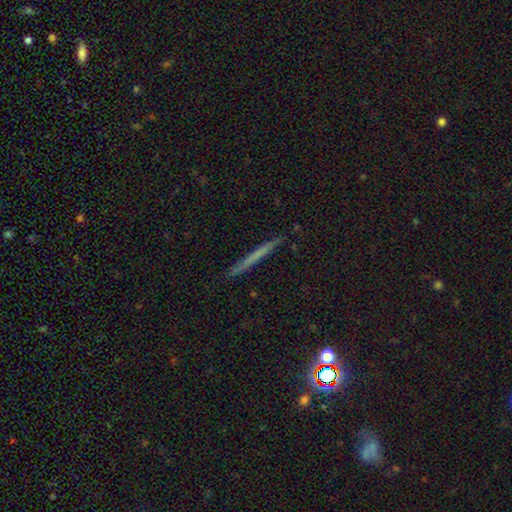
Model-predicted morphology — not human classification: Smooth or featured? smooth (50%)
How rounded? cigar-shaped (96%)
Merging? none (91%)